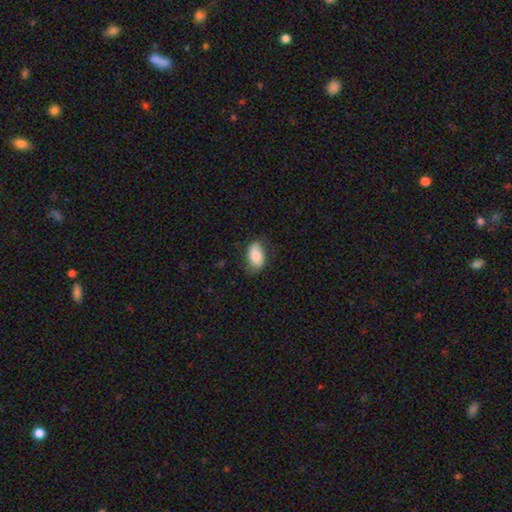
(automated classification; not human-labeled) Overall: smooth (80%). How rounded: in between (92%). Merging: none (72%).